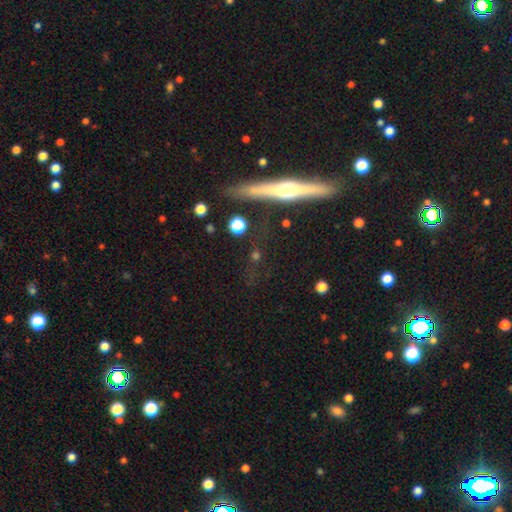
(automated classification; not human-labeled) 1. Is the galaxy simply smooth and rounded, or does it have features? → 50% featured or disk, 34% smooth, 17% star or artifact.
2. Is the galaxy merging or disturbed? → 77% none, 13% minor disturbance, 6% major disturbance, 4% merger.